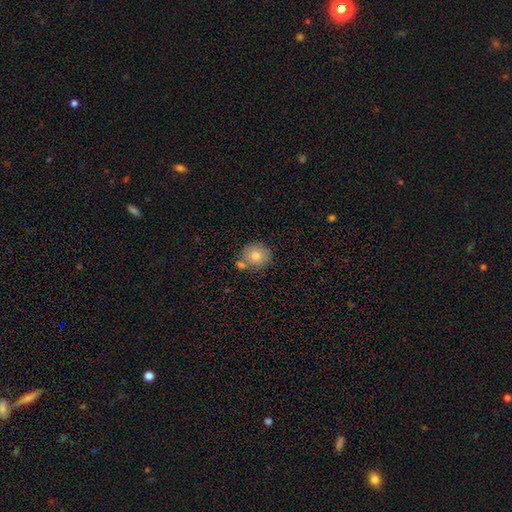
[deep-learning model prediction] Q: Smooth or featured?
A: smooth (76%); runner-up: featured or disk (14%)
Q: How rounded?
A: round (86%); runner-up: in between (13%)
Q: Merging?
A: none (65%); runner-up: merger (20%)